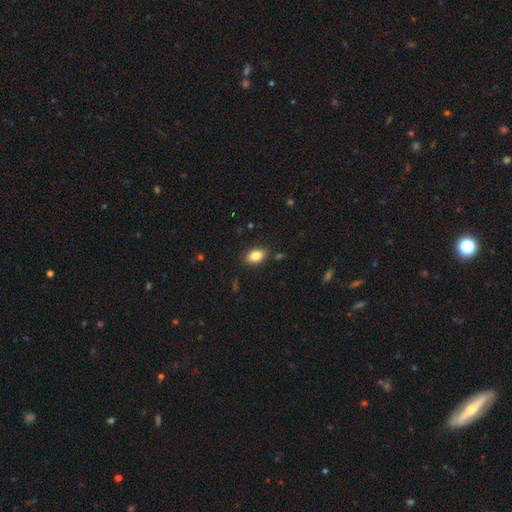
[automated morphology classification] Smooth or featured?
  - smooth: 84% *
  - star or artifact: 8%
  - featured or disk: 8%
How rounded?
  - in between: 89% *
  - round: 9%
  - cigar-shaped: 2%
Merging?
  - none: 87% *
  - minor disturbance: 9%
  - major disturbance: 2%
  - merger: 2%